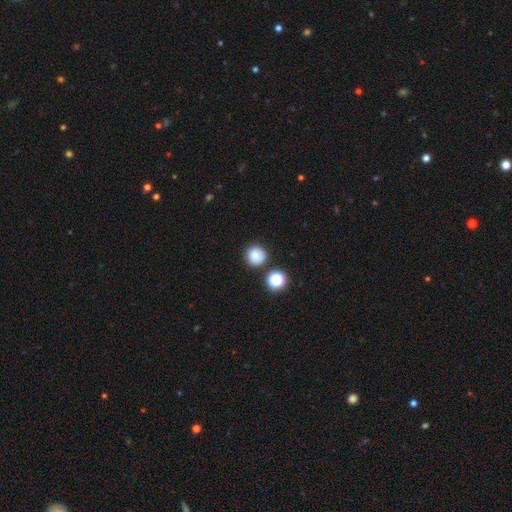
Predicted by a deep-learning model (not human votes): Smooth or featured?
  - smooth: 82% *
  - star or artifact: 12%
  - featured or disk: 6%
How rounded?
  - round: 94% *
  - in between: 5%
  - cigar-shaped: 1%
Merging?
  - none: 84% *
  - minor disturbance: 8%
  - merger: 6%
  - major disturbance: 3%